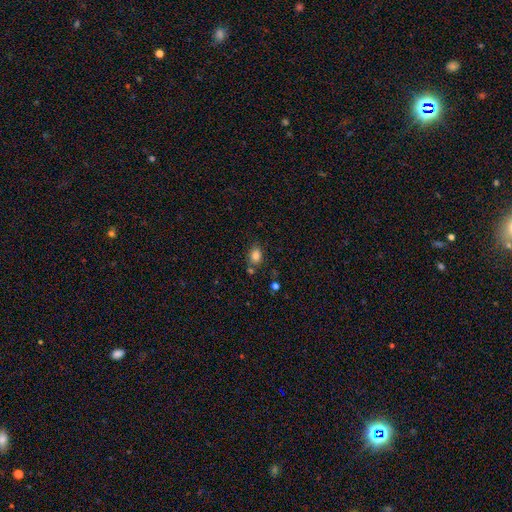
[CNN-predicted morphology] smooth_or_featured: smooth (p=0.83) [alt: star or artifact p=0.11]
how_rounded: in between (p=0.66) [alt: round p=0.33]
merging: none (p=0.72) [alt: minor disturbance p=0.14]